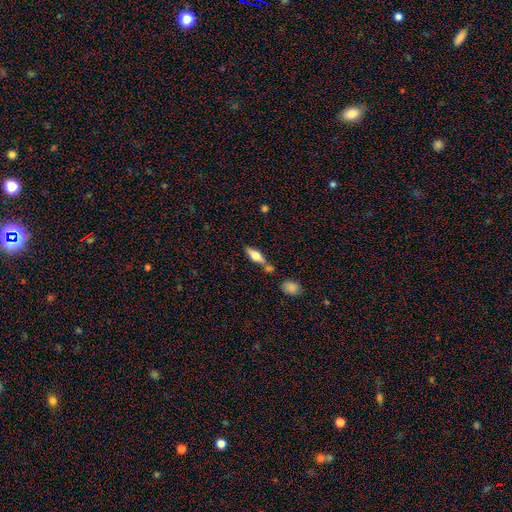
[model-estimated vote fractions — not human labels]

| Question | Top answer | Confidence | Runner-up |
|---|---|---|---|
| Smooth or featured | smooth | 50% | featured or disk (43%) |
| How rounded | in between | 57% | cigar-shaped (40%) |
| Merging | none | 65% | merger (18%) |